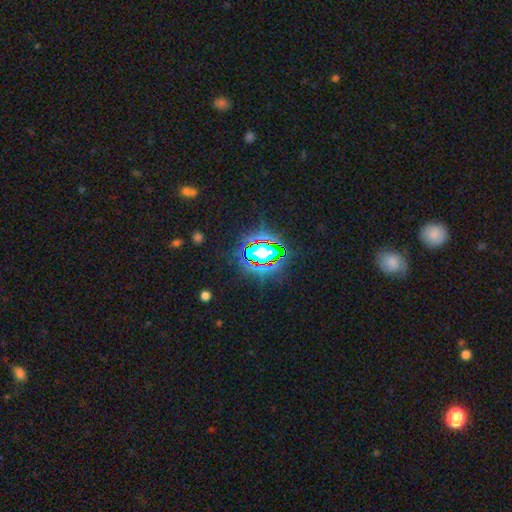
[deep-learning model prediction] This is likely a star or artifact rather than a galaxy (79%).